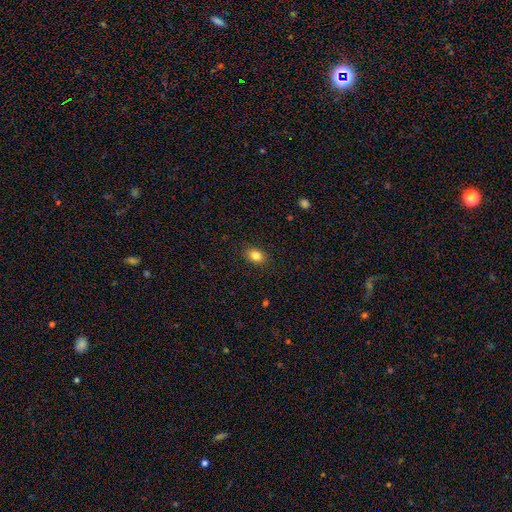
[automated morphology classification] smooth 83%, star or artifact 10%, featured or disk 6%. Down the decision tree: how rounded — in between (67%); merging — none (89%).